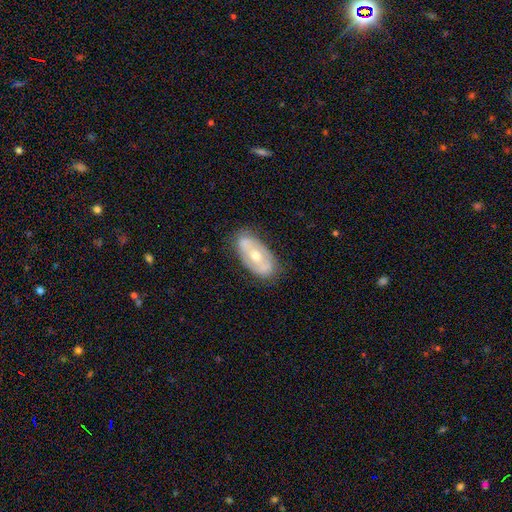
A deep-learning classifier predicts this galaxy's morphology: Q: Smooth or featured?
A: featured or disk (57%); runner-up: smooth (36%)
Q: Edge-on disk?
A: no (89%); runner-up: yes (11%)
Q: Bar?
A: no (63%); runner-up: weak (23%)
Q: Spiral arms?
A: no (64%); runner-up: yes (36%)
Q: Bulge size?
A: moderate (68%); runner-up: small (26%)
Q: Merging?
A: none (75%); runner-up: minor disturbance (18%)